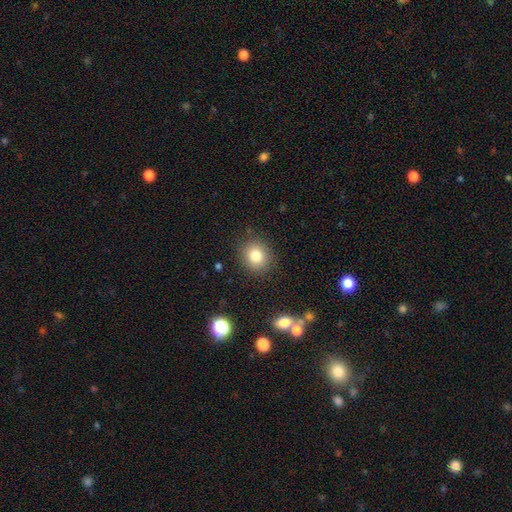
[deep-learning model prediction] The model was most divided on "how rounded": round: 80%, in between: 19%, cigar-shaped: 1%. More confident: merging — none (87%); smooth or featured — smooth (81%).